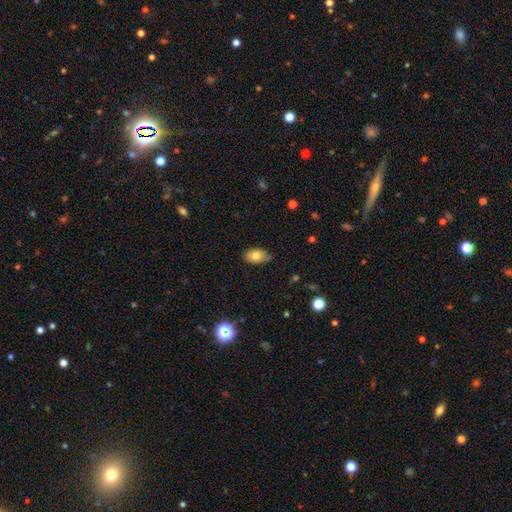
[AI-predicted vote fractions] smooth_or_featured: smooth (p=0.78) [alt: featured or disk p=0.14]
how_rounded: in between (p=0.90) [alt: round p=0.08]
merging: none (p=0.72) [alt: minor disturbance p=0.23]